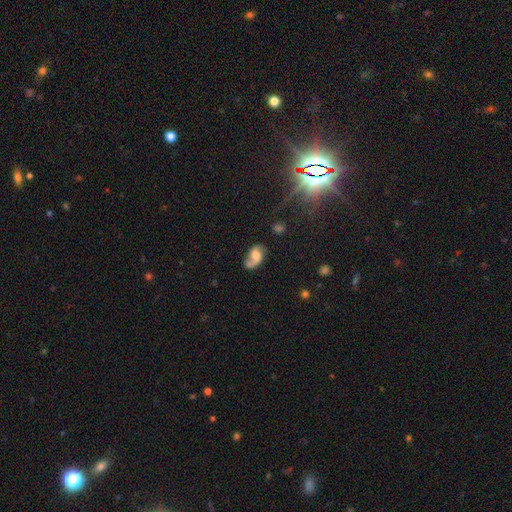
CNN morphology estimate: The model was most divided on "bulge size": moderate: 39%, large: 21%, small: 20%, none: 17%, dominant: 3%. Remaining: edge-on disk — no (96%); spiral arms — yes (87%); bar — no (60%); smooth or featured — featured or disk (59%); merging — none (49%).